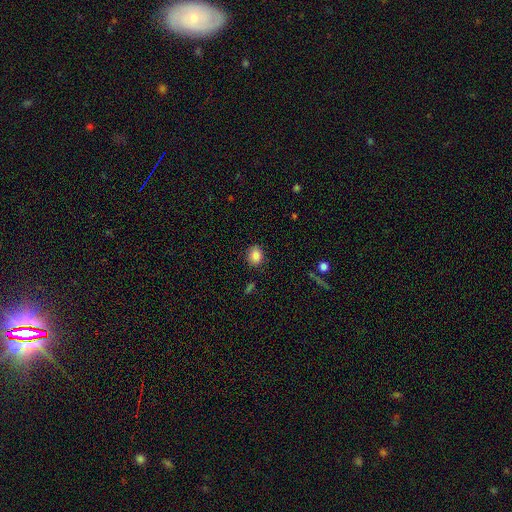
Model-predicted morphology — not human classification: The model was most divided on "how rounded": round: 62%, in between: 37%, cigar-shaped: 1%. More confident: merging — none (86%); smooth or featured — smooth (86%).